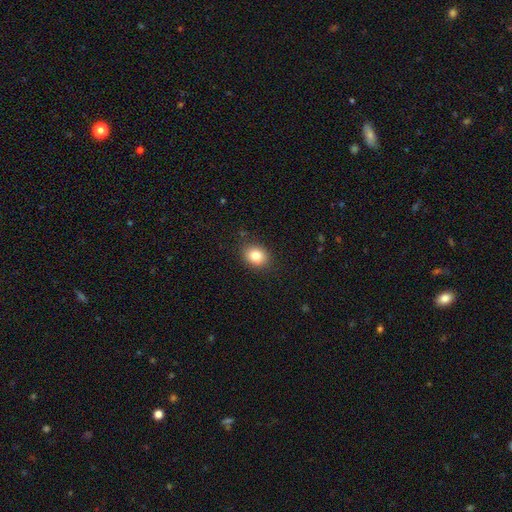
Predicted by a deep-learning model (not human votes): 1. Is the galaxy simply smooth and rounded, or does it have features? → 82% smooth, 10% star or artifact, 8% featured or disk.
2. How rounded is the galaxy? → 53% round, 47% in between, 1% cigar-shaped.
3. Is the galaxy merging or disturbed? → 87% none, 9% minor disturbance, 2% major disturbance, 1% merger.